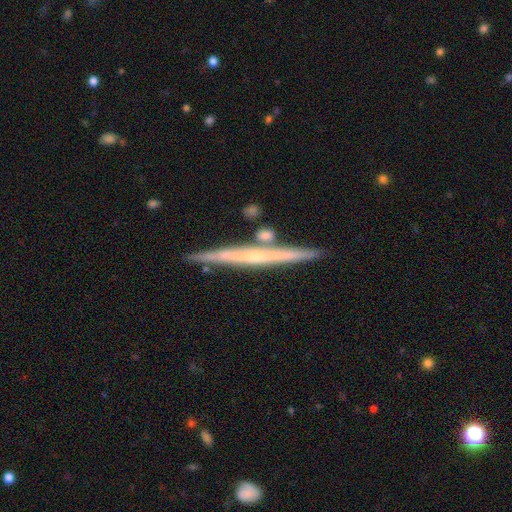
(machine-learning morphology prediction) featured or disk 69%, smooth 25%, star or artifact 6%. Down the decision tree: edge-on disk — yes (97%); edge-on bulge — none (57%); merging — none (83%).